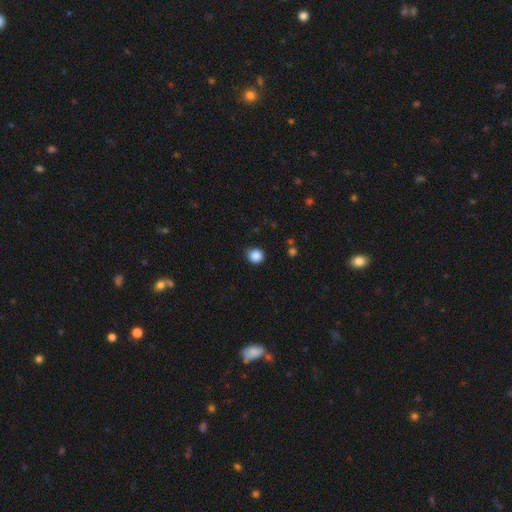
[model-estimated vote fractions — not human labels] Smooth or featured: smooth — 87% (star or artifact — 10%)
How rounded: round — 87% (in between — 12%)
Merging: none — 83% (minor disturbance — 13%)